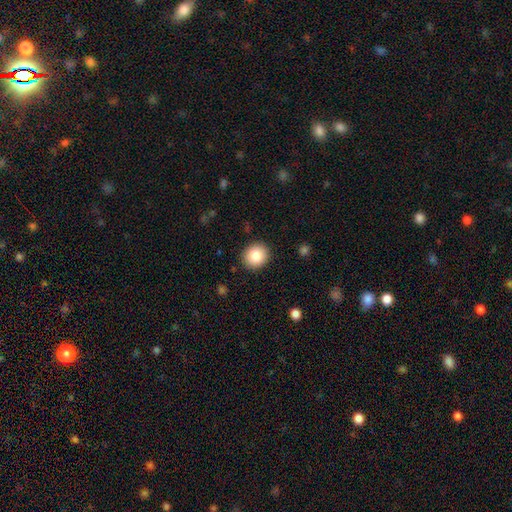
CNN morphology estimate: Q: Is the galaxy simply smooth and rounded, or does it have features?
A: smooth — 83%.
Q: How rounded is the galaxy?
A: round — 82%.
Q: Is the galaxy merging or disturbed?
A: none — 90%.